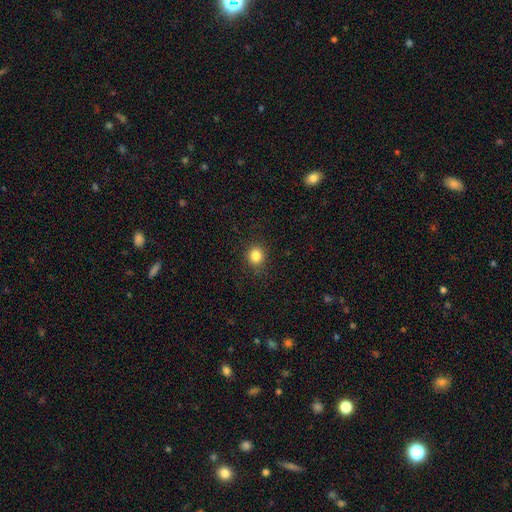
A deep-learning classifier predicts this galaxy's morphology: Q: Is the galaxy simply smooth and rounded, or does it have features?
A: smooth — 84%.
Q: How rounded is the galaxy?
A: round — 86%.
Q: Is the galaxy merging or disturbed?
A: none — 89%.